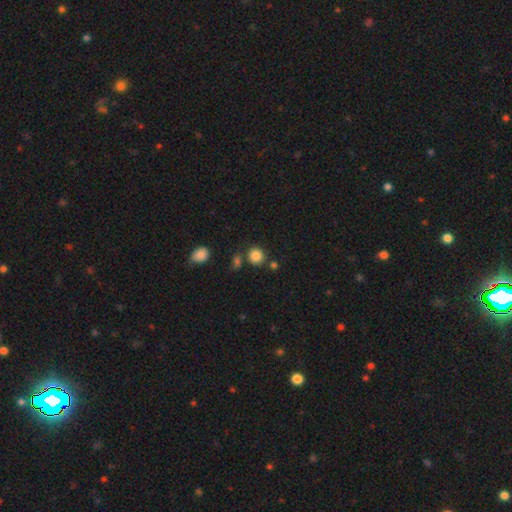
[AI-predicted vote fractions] Q: Smooth or featured?
A: smooth (85%); runner-up: star or artifact (11%)
Q: How rounded?
A: round (86%); runner-up: in between (13%)
Q: Merging?
A: none (75%); runner-up: merger (12%)